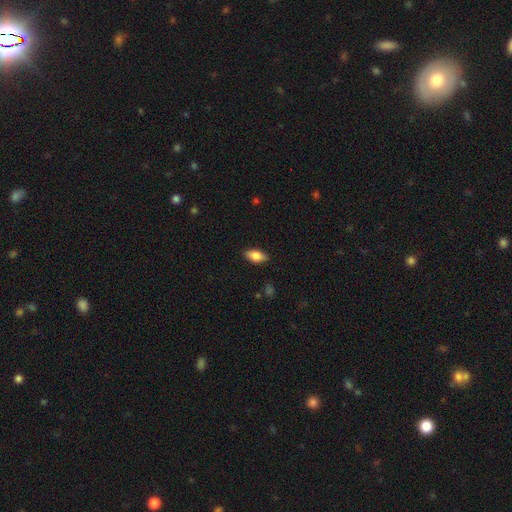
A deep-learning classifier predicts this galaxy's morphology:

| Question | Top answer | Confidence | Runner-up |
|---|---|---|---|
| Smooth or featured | smooth | 84% | featured or disk (9%) |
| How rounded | in between | 90% | cigar-shaped (6%) |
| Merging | none | 88% | minor disturbance (9%) |